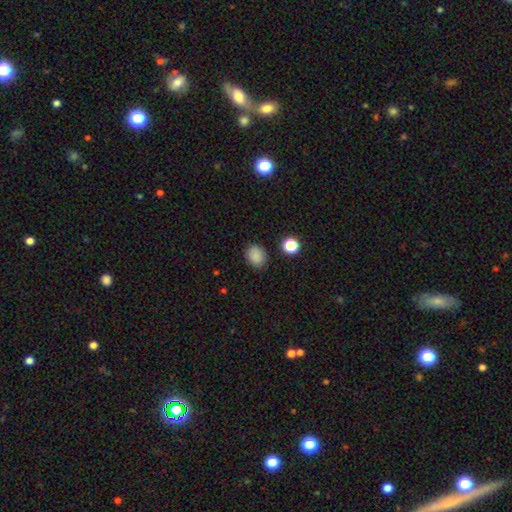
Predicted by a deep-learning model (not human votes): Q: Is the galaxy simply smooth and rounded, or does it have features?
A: smooth — 86%.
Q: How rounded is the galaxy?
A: in between — 51%.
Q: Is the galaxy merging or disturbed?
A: none — 85%.